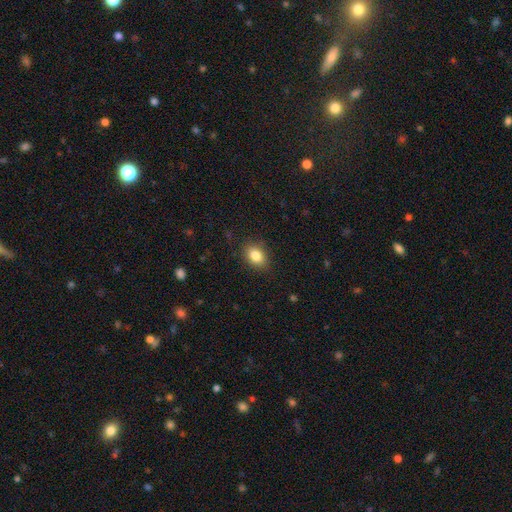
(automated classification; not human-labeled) Smooth or featured? smooth (84%)
How rounded? in between (71%)
Merging? none (86%)